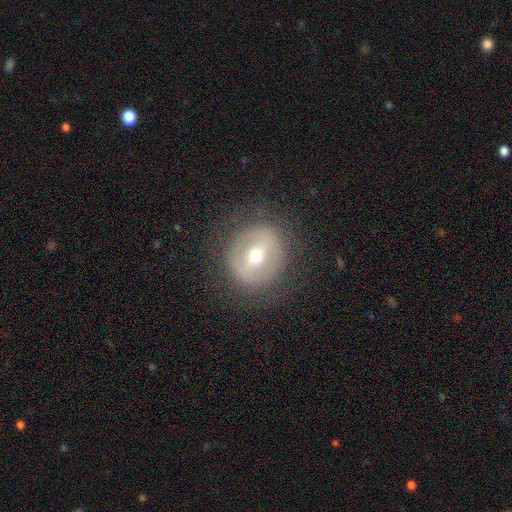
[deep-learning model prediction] smooth-or-featured: featured or disk: 58% | smooth: 34% | star or artifact: 8%
  disk-edge-on: no: 93% | yes: 7%
    bar: strong: 43% | weak: 35% | no: 22%
    has-spiral-arms: no: 82% | yes: 18%
    bulge-size: moderate: 64% | small: 31% | large: 4% | dominant: 1% | none: 1%
  merging: none: 84% | minor disturbance: 10% | major disturbance: 6% | merger: 1%